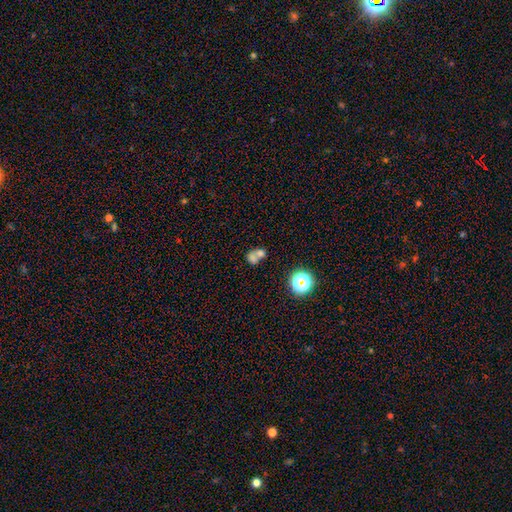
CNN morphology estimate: smooth 62%, featured or disk 20%, star or artifact 19%. Down the decision tree: how rounded — round (56%); merging — merger (62%).